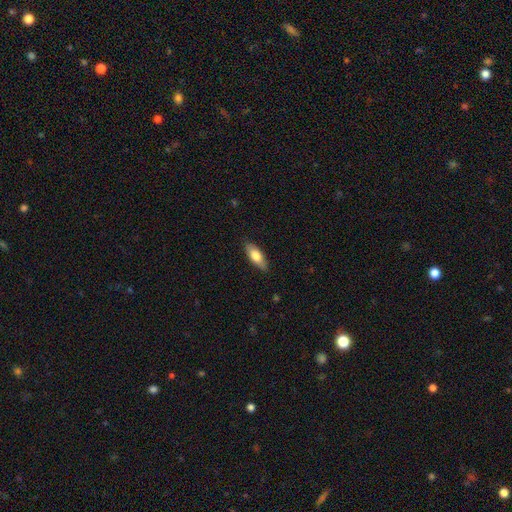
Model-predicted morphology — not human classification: smooth 72%, featured or disk 22%, star or artifact 6%. Down the decision tree: how rounded — in between (78%); merging — none (86%).